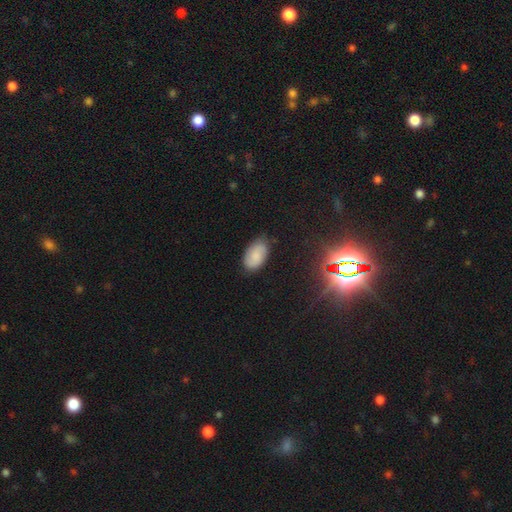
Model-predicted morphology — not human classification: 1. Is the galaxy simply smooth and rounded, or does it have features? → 75% smooth, 16% featured or disk, 9% star or artifact.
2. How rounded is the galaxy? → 94% in between, 5% round, 1% cigar-shaped.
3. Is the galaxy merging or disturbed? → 75% none, 20% minor disturbance, 4% major disturbance, 1% merger.